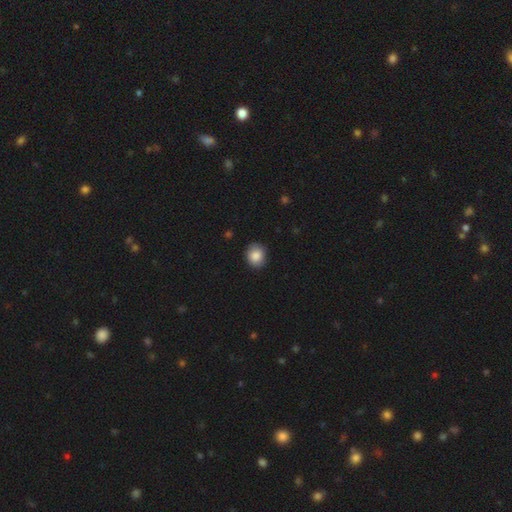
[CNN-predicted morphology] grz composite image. It shows a smooth galaxy with no disk features (87%) that is round (73%). Merging: none (84%).